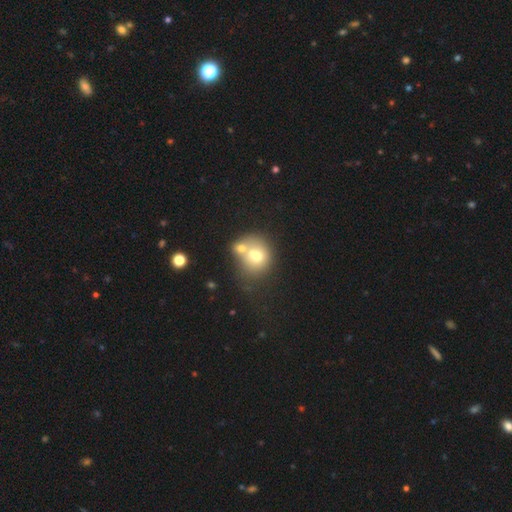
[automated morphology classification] This appears to be a smooth galaxy with no disk features (62%) that is round (75%). Merging: merger (56%).